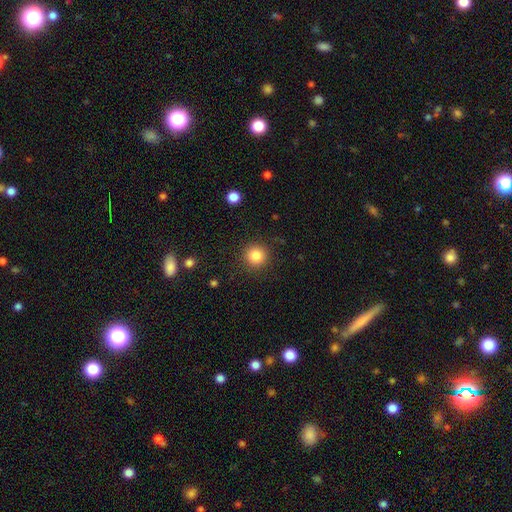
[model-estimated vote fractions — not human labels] This appears to be a smooth galaxy with no disk features (85%) that is round (94%). Merging: none (90%).